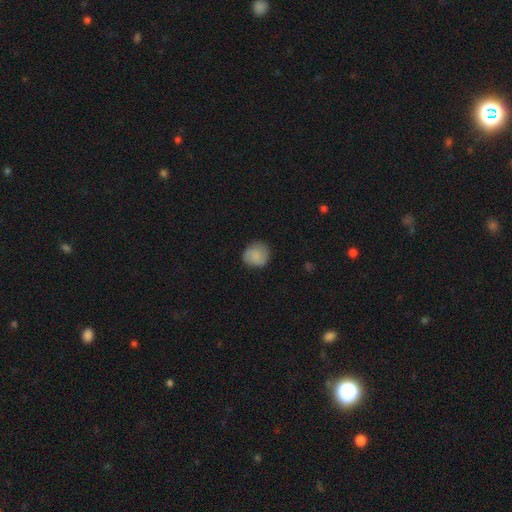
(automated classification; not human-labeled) Q: Smooth or featured?
A: smooth (80%); runner-up: featured or disk (13%)
Q: How rounded?
A: round (86%); runner-up: in between (13%)
Q: Merging?
A: none (80%); runner-up: minor disturbance (16%)